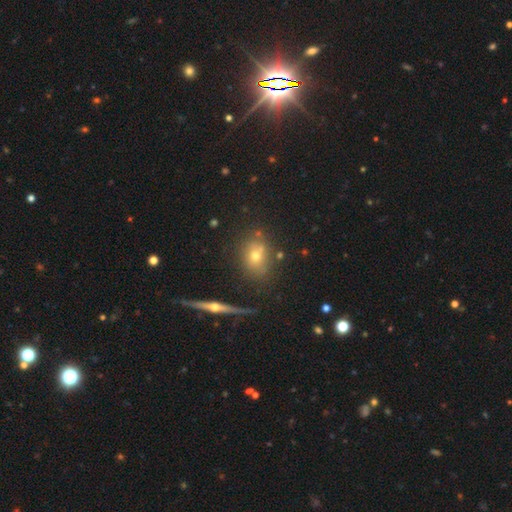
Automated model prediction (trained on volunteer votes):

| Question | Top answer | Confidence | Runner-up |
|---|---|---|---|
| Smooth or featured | smooth | 54% | featured or disk (27%) |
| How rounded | in between | 52% | round (44%) |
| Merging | none | 75% | minor disturbance (14%) |